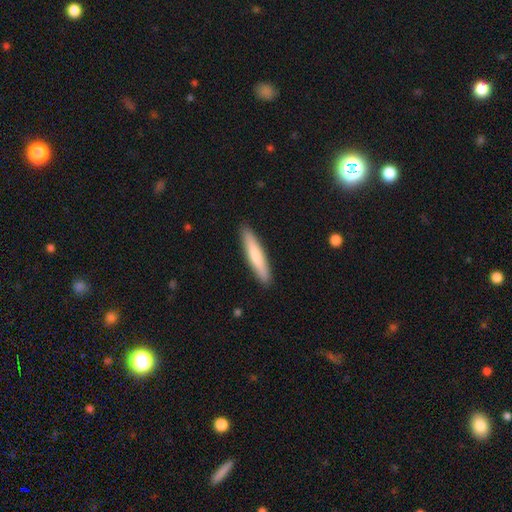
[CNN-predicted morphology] A smooth galaxy with no disk features (73%) that is cigar-shaped (92%). Merging: none (91%).